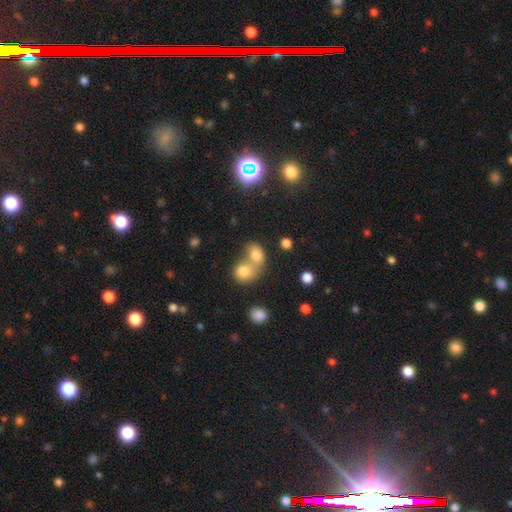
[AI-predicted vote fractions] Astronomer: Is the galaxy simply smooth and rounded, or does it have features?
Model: smooth — 70%.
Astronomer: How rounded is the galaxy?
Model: round — 53% (runner-up: in between, 45%).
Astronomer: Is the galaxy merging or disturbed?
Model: merger — 65%.